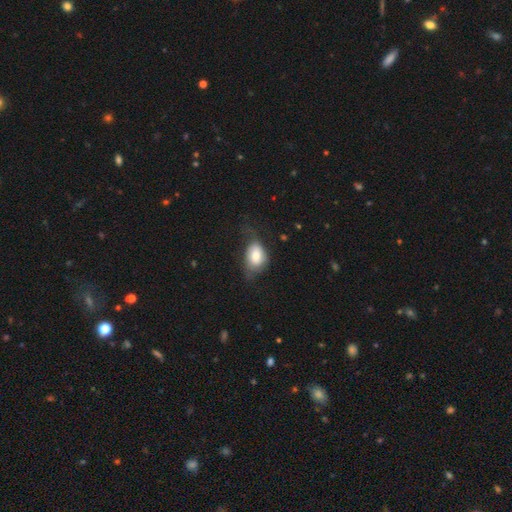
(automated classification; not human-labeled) The model was most divided on "merging": none: 40%, minor disturbance: 35%, major disturbance: 23%, merger: 2%. More confident: how rounded — in between (81%); smooth or featured — smooth (73%).